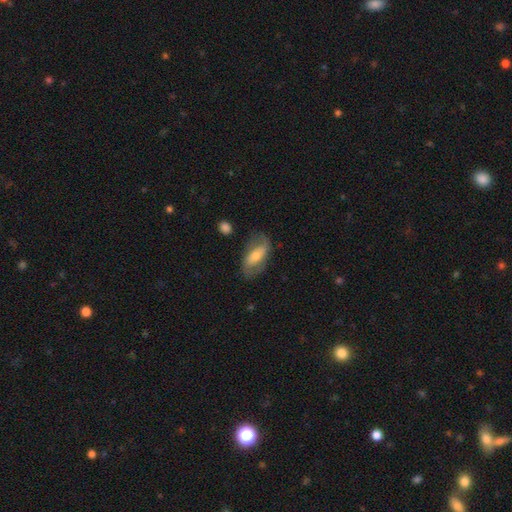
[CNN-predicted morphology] Smooth or featured?
  - featured or disk: 52% *
  - smooth: 41%
  - star or artifact: 7%
Edge-on disk?
  - no: 89% *
  - yes: 11%
Merging?
  - none: 69% *
  - minor disturbance: 20%
  - major disturbance: 9%
  - merger: 2%